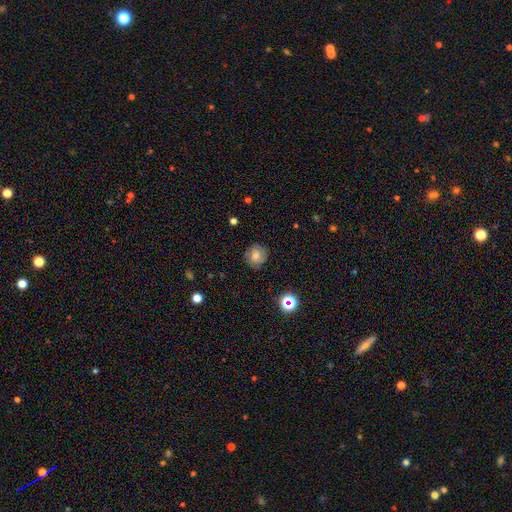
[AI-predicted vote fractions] This is likely a smooth galaxy (67%). How rounded: clearly round (89%). Merging: clearly none (83%).